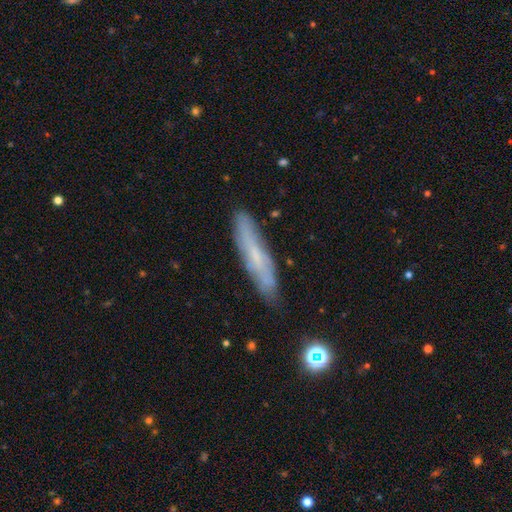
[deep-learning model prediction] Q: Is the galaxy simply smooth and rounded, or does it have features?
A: smooth — 46%.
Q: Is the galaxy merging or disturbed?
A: none — 79%.